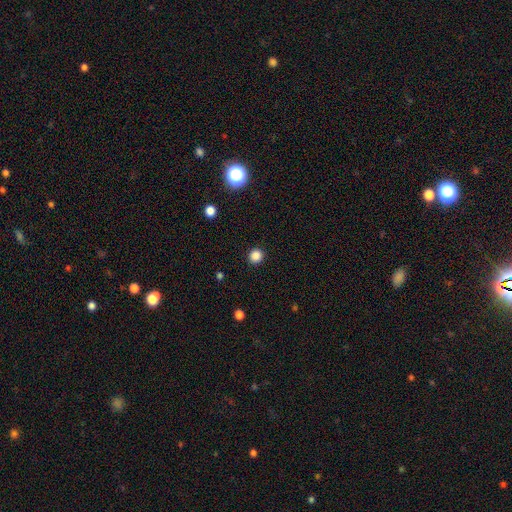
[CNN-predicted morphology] Smooth or featured: smooth — 86% (star or artifact — 11%)
How rounded: round — 93% (in between — 6%)
Merging: none — 93% (minor disturbance — 4%)